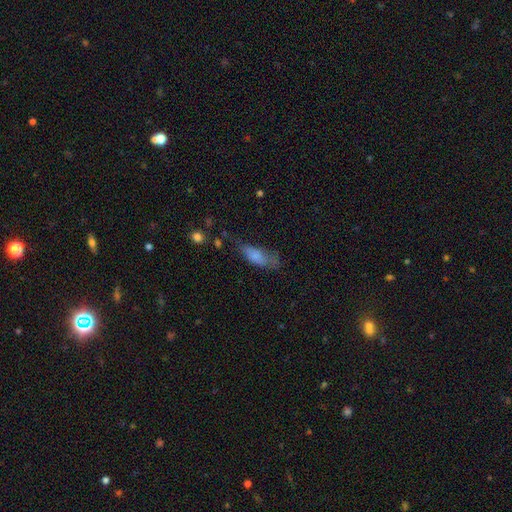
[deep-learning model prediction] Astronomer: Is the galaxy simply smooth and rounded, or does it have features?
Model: smooth — 74%.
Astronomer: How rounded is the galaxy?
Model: in between — 75%.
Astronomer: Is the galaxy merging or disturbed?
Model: none — 34% (runner-up: minor disturbance, 33%).